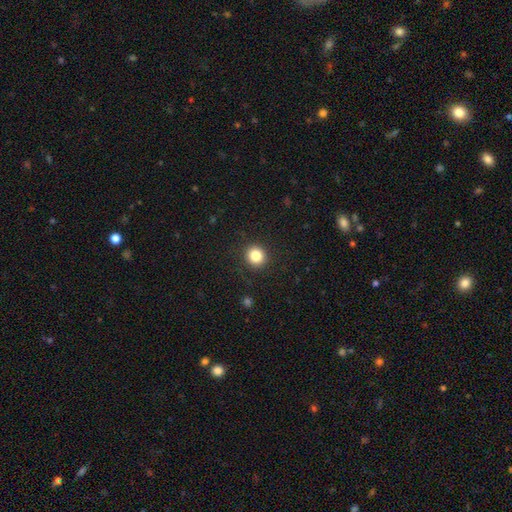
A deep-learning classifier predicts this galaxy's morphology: Overall: smooth (83%). How rounded: round (91%). Merging: none (91%).